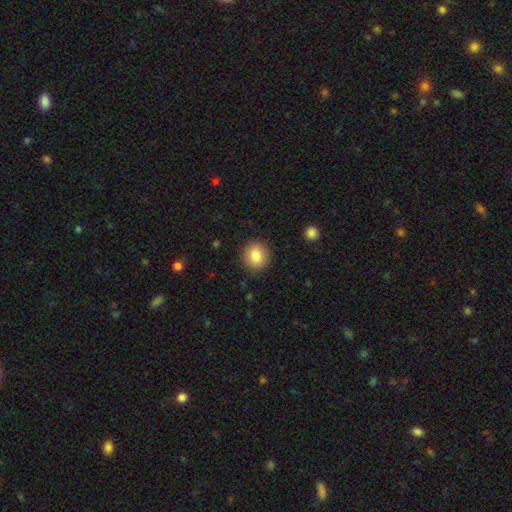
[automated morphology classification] smooth_or_featured: smooth (p=0.84) [alt: star or artifact p=0.09]
how_rounded: round (p=0.84) [alt: in between p=0.15]
merging: none (p=0.89) [alt: minor disturbance p=0.08]